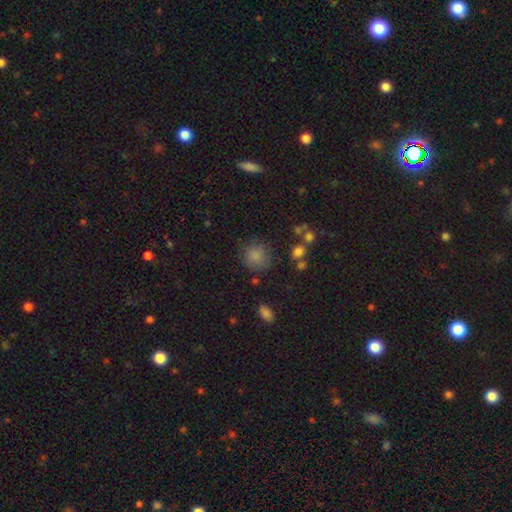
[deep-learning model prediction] A smooth galaxy with no disk features (82%) that is round (85%). Merging: none (75%).